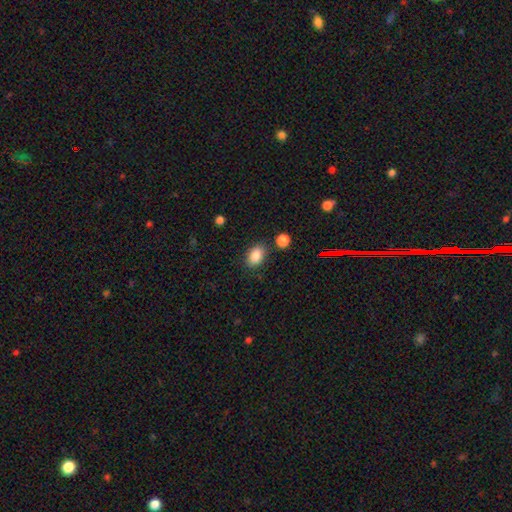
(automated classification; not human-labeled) Smooth or featured? smooth (87%)
How rounded? in between (82%)
Merging? none (78%)